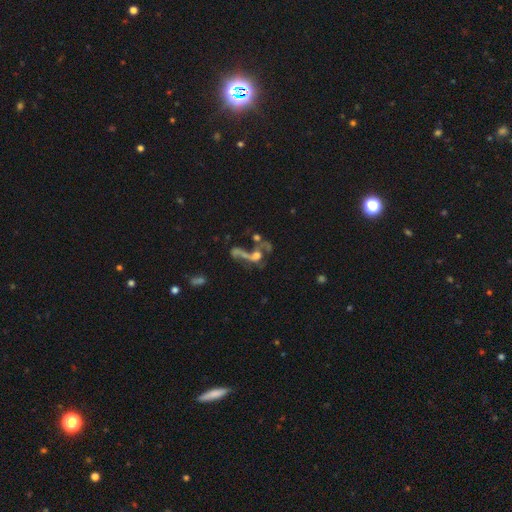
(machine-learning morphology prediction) Q: Smooth or featured?
A: featured or disk (53%); runner-up: smooth (28%)
Q: Edge-on disk?
A: no (91%); runner-up: yes (9%)
Q: Merging?
A: merger (44%); runner-up: major disturbance (28%)